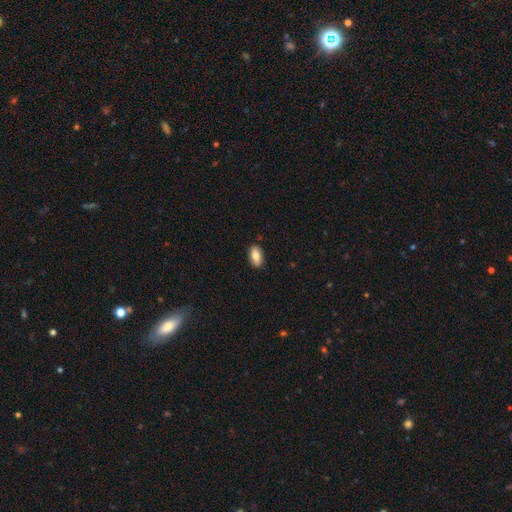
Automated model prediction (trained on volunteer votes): smooth-or-featured: smooth: 80% | featured or disk: 13% | star or artifact: 7%
  how-rounded: in between: 91% | cigar-shaped: 5% | round: 4%
  merging: none: 87% | minor disturbance: 10% | major disturbance: 2% | merger: 1%